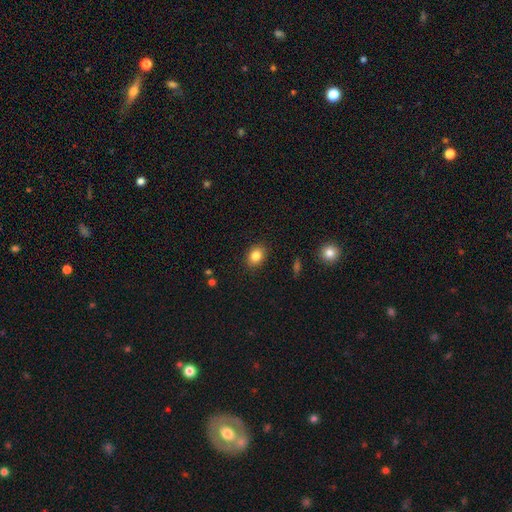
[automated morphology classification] type=smooth (84%); roundness=in between (60%); merging=none (89%).